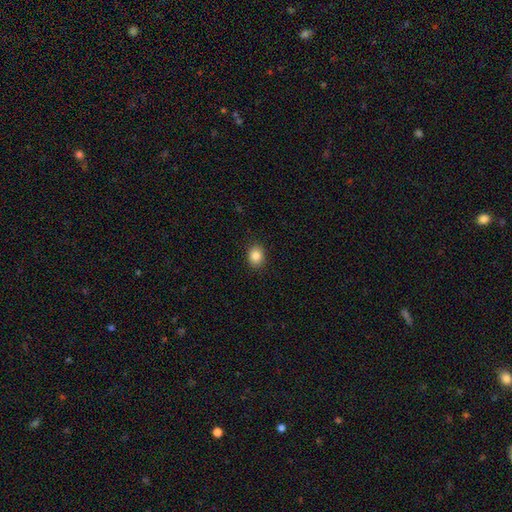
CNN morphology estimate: Overall: smooth (86%). How rounded: in between (50%; round 49%). Merging: none (90%).